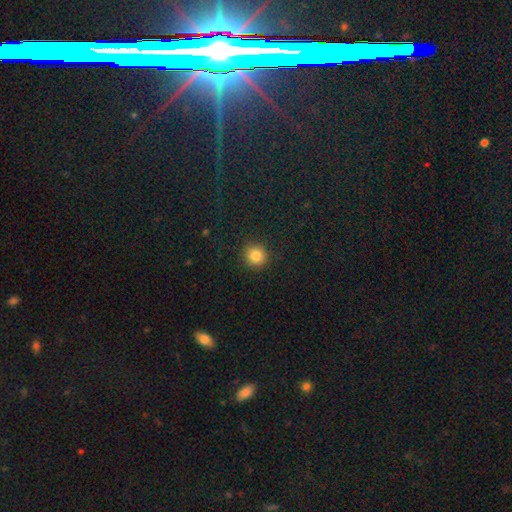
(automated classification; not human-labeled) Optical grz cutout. It shows a smooth galaxy with no disk features (84%) that is round (93%). Merging: none (92%).